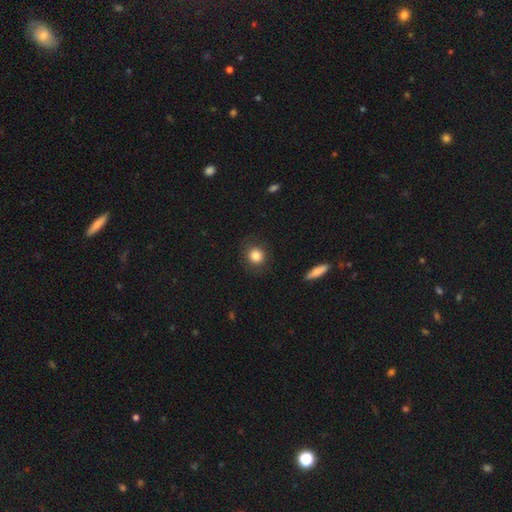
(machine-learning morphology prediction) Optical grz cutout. It shows a smooth galaxy with no disk features (84%) that is round (84%). Merging: none (85%).